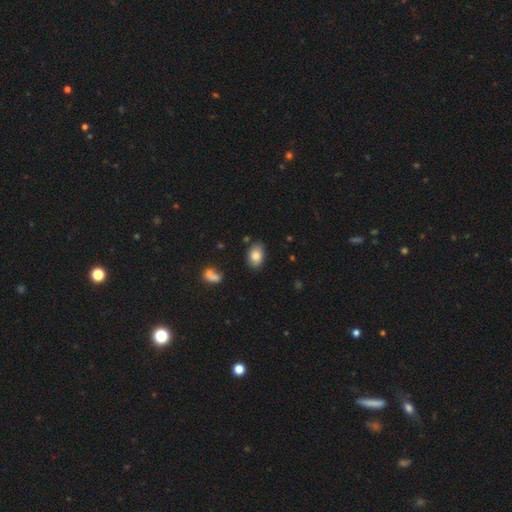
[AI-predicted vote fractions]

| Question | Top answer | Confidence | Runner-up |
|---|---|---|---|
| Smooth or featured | smooth | 83% | featured or disk (9%) |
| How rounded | in between | 86% | round (13%) |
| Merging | none | 80% | minor disturbance (15%) |